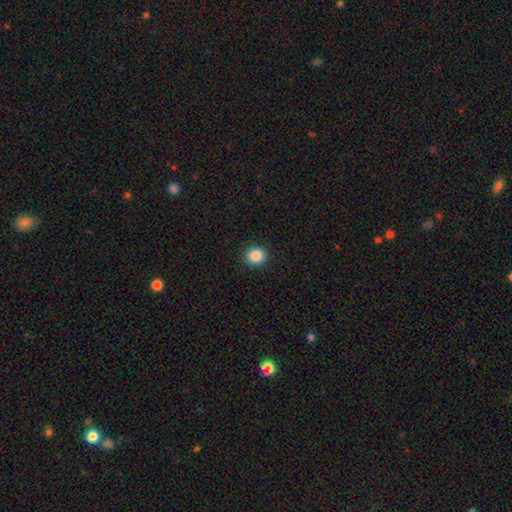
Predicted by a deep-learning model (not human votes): This is clearly a smooth galaxy (88%). How rounded: clearly round (80%). Merging: clearly none (91%).